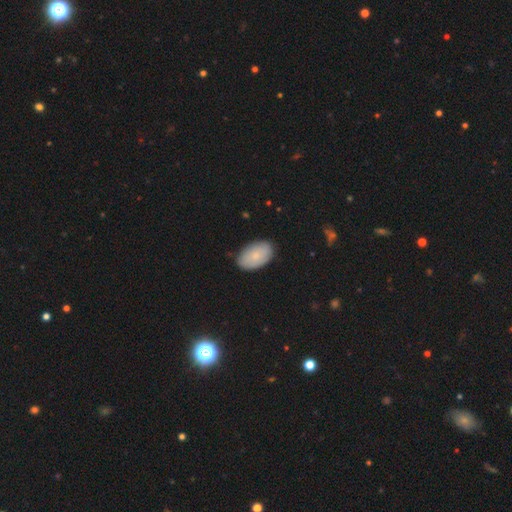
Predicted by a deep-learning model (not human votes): A smooth galaxy with no disk features (80%) that is in between round and cigar-shaped (94%).

Vote fractions:
- Smooth or featured? smooth: 80% / featured or disk: 14% / star or artifact: 6%
- How rounded? in between: 94% / round: 5% / cigar-shaped: 1%
- Merging? none: 85% / minor disturbance: 12% / major disturbance: 2% / merger: 1%